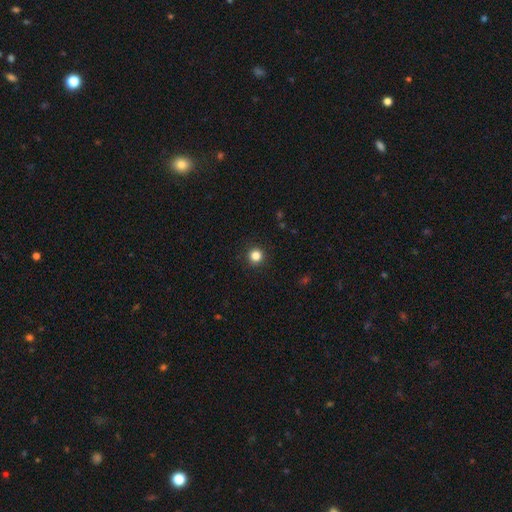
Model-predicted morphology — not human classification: The model was most divided on "smooth or featured": smooth: 84%, star or artifact: 12%, featured or disk: 4%. More confident: how rounded — round (96%); merging — none (93%).